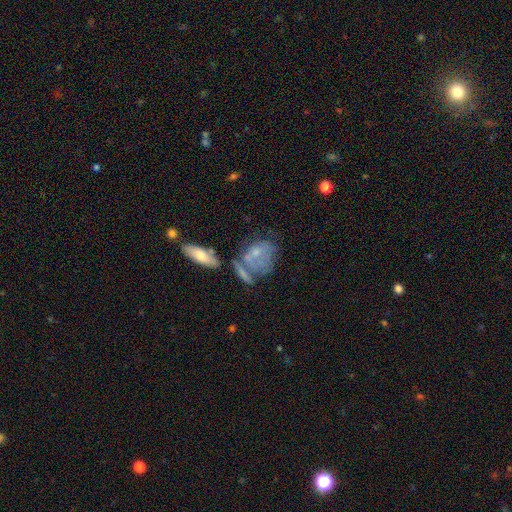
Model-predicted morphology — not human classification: This appears to be a featured or disk galaxy (46%). Merging: none (34%).